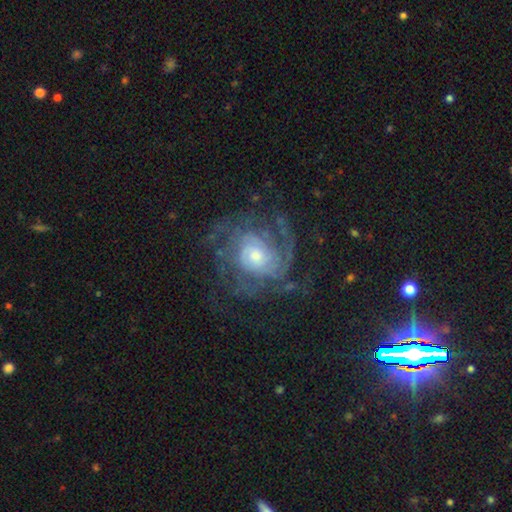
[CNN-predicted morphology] Smooth or featured: featured or disk — 84% (smooth — 9%)
Edge-on disk: no — 97% (yes — 3%)
Bar: no — 75% (weak — 21%)
Spiral arms: yes — 93% (no — 7%)
Spiral winding: tight — 57% (medium — 32%)
Spiral arm count: can't tell — 37% (2 — 19%)
Bulge size: moderate — 48% (small — 40%)
Merging: none — 66% (major disturbance — 16%)